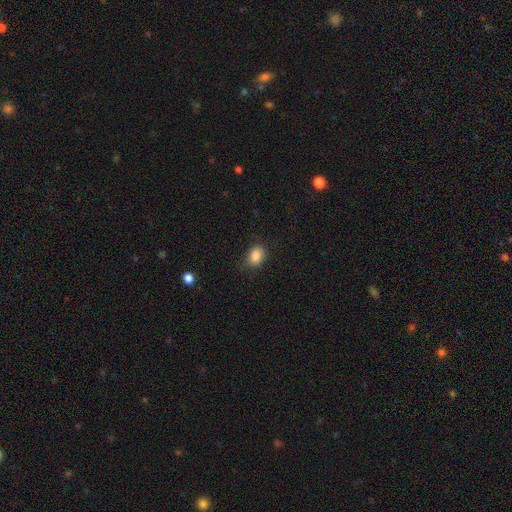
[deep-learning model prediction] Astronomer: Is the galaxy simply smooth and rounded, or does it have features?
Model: smooth — 86%.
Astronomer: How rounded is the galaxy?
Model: in between — 66%.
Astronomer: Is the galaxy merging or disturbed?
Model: none — 74%.